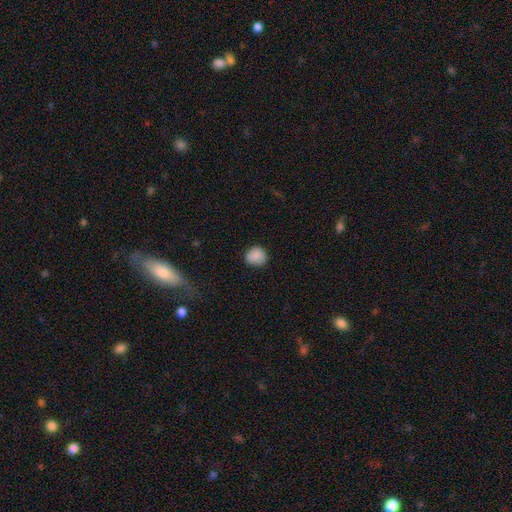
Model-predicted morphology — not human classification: smooth_or_featured: smooth (p=0.85) [alt: star or artifact p=0.08]
how_rounded: round (p=0.84) [alt: in between p=0.15]
merging: none (p=0.81) [alt: minor disturbance p=0.15]